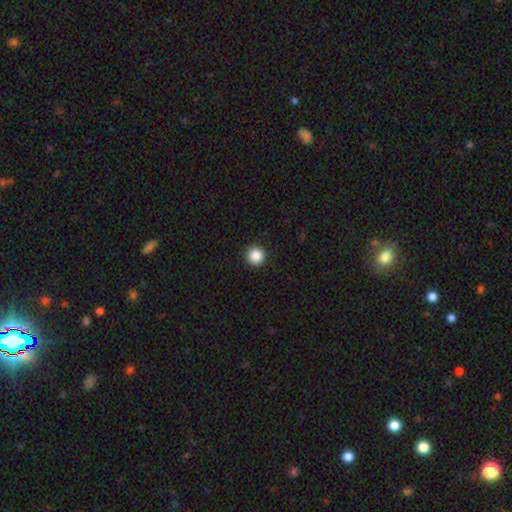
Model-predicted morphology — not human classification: Smooth or featured?
  - smooth: 87% *
  - star or artifact: 10%
  - featured or disk: 3%
How rounded?
  - round: 96% *
  - in between: 3%
  - cigar-shaped: 1%
Merging?
  - none: 93% *
  - minor disturbance: 5%
  - major disturbance: 2%
  - merger: 1%